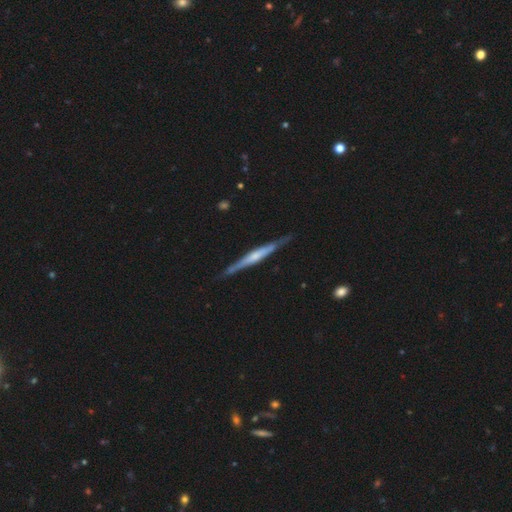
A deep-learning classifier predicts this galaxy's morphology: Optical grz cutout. It shows a featured or disk galaxy (70%) viewed edge-on (96%) with a rounded central bulge (43%). Merging: none (82%).